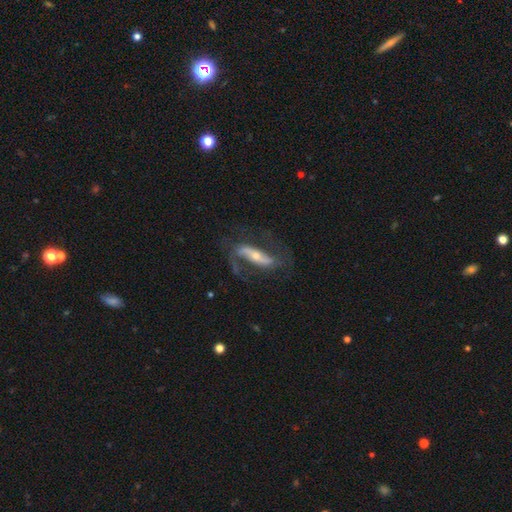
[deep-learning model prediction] Smooth or featured?
  - featured or disk: 83% *
  - smooth: 11%
  - star or artifact: 6%
Edge-on disk?
  - no: 83% *
  - yes: 17%
Bar?
  - strong: 58% *
  - weak: 22%
  - no: 20%
Spiral arms?
  - yes: 92% *
  - no: 8%
Spiral winding?
  - loose: 44% *
  - medium: 41%
  - tight: 16%
Spiral arm count?
  - 2: 85% *
  - 1: 8%
  - can't tell: 5%
  - 3: 1%
  - 4: 1%
  - more than 4: 1%
Bulge size?
  - small: 58% *
  - moderate: 36%
  - large: 3%
  - none: 2%
  - dominant: 1%
Merging?
  - none: 65% *
  - major disturbance: 17%
  - minor disturbance: 16%
  - merger: 2%